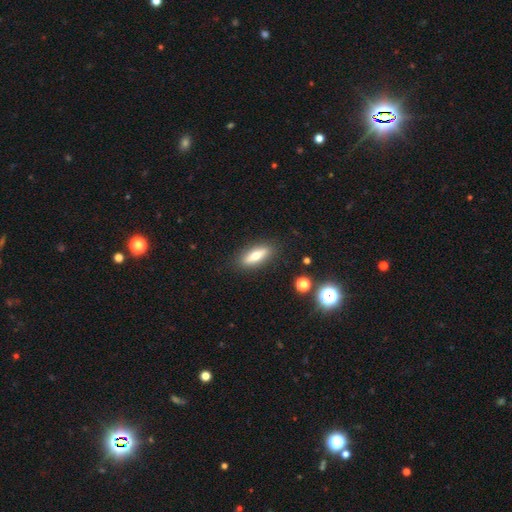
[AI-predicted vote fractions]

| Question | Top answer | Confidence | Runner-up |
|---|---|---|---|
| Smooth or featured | smooth | 61% | featured or disk (31%) |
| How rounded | in between | 50% | cigar-shaped (48%) |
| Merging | none | 87% | minor disturbance (9%) |